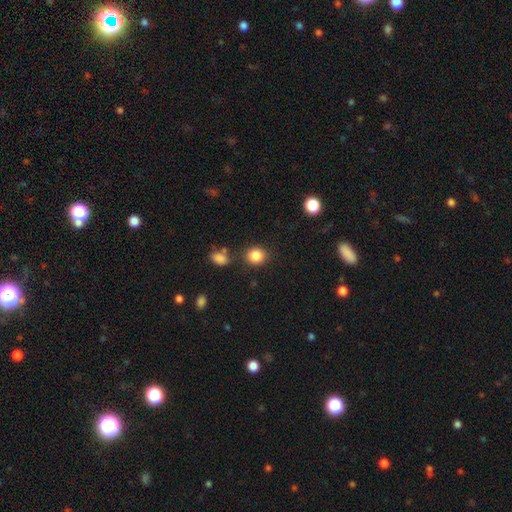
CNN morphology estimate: smooth-or-featured: smooth: 86% | star or artifact: 10% | featured or disk: 5%
  how-rounded: round: 76% | in between: 23% | cigar-shaped: 1%
  merging: none: 80% | minor disturbance: 10% | merger: 6% | major disturbance: 4%